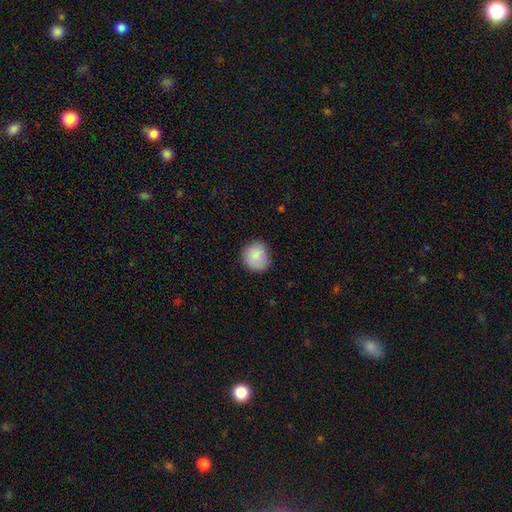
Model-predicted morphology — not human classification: A smooth galaxy with no disk features (84%) that is round (83%). Merging: none (77%).